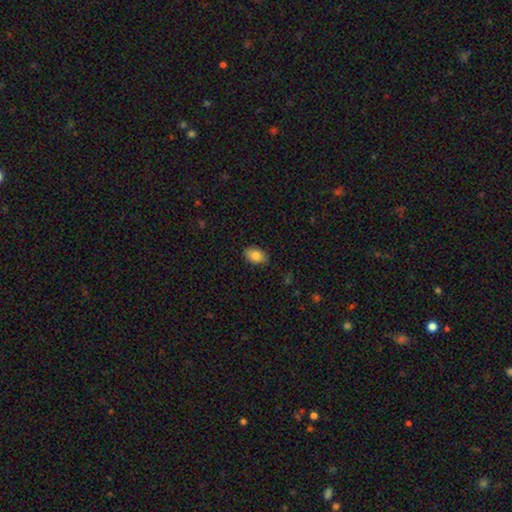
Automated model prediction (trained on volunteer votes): This appears to be a smooth galaxy with no disk features (82%) that is in between round and cigar-shaped (87%). Merging: none (82%).